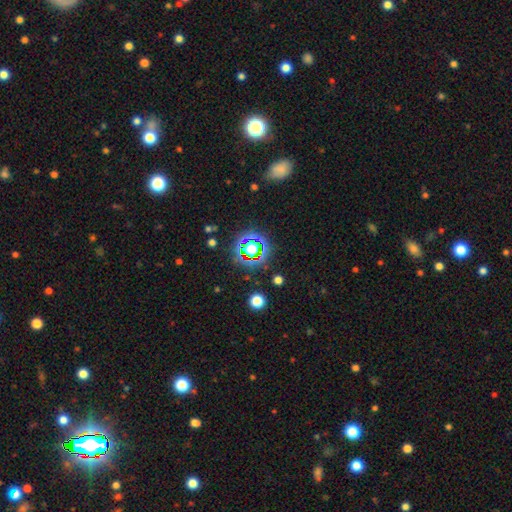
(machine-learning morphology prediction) Smooth or featured? star or artifact (65%)